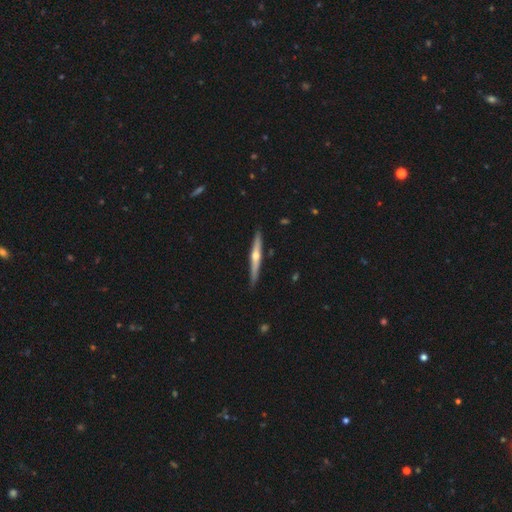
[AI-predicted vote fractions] The model was most divided on "smooth or featured": featured or disk: 67%, smooth: 28%, star or artifact: 5%. More confident: edge-on disk — yes (97%); edge-on bulge — rounded (88%); merging — none (87%).